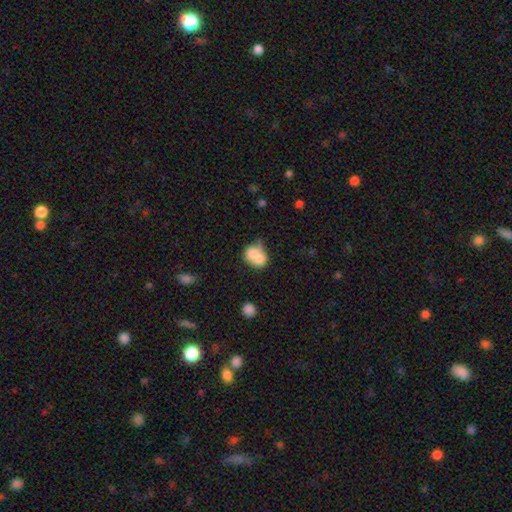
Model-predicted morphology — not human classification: smooth 73%, featured or disk 19%, star or artifact 9%. Down the decision tree: how rounded — round (55%); merging — merger (62%).